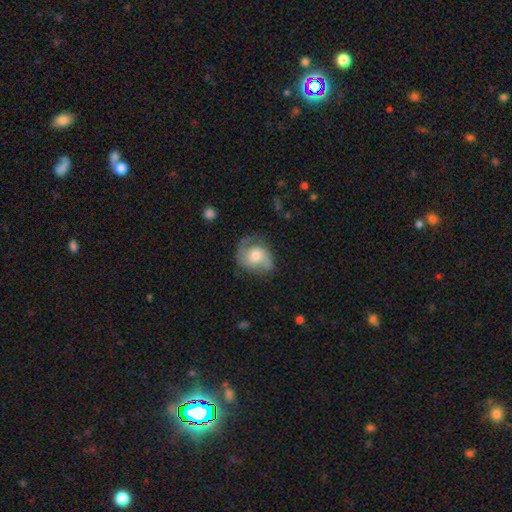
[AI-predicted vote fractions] Smooth or featured: featured or disk — 64% (smooth — 29%)
Edge-on disk: no — 97% (yes — 3%)
Bar: no — 68% (weak — 27%)
Spiral arms: yes — 89% (no — 11%)
Spiral winding: medium — 45% (tight — 28%)
Spiral arm count: 2 — 73% (1 — 14%)
Bulge size: moderate — 60% (small — 25%)
Merging: none — 59% (minor disturbance — 25%)